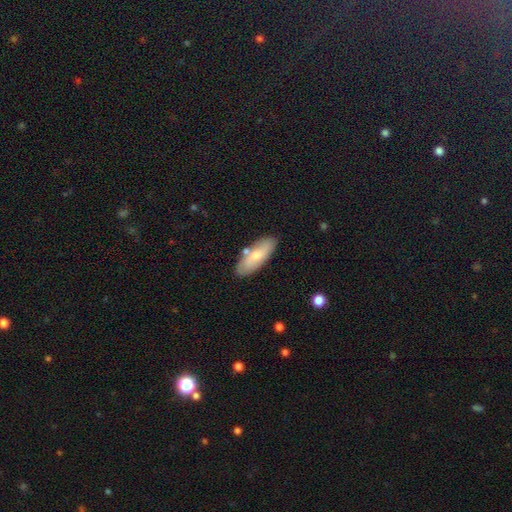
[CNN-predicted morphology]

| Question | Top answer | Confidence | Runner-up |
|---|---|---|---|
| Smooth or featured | smooth | 70% | featured or disk (25%) |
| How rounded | in between | 71% | cigar-shaped (27%) |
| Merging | none | 77% | minor disturbance (14%) |